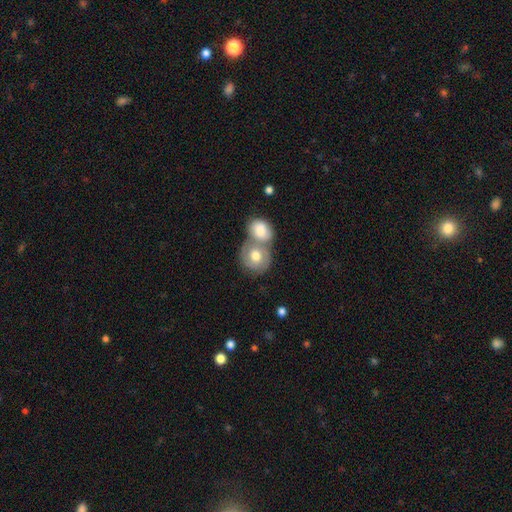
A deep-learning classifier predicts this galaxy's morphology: This appears to be a smooth galaxy with no disk features (58%) that is round (72%). Merging: merger (60%).